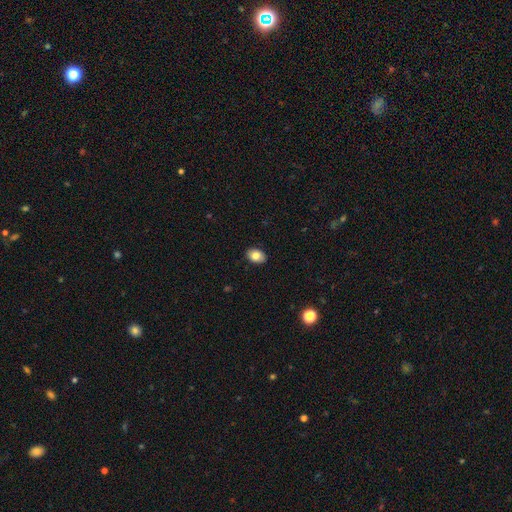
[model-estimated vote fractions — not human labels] Morphology: type=smooth (82%); roundness=in between (77%); merging=none (89%).